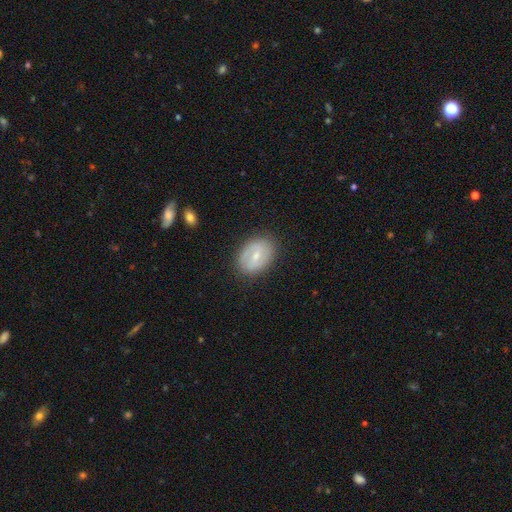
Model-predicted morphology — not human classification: type=featured or disk (51%); edge-on=no (94%); merging=none (81%).